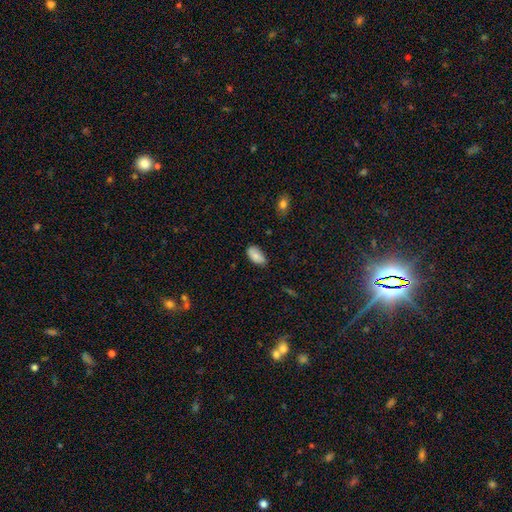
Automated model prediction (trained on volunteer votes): smooth 84%, featured or disk 9%, star or artifact 7%. Down the decision tree: how rounded — in between (94%); merging — none (73%).